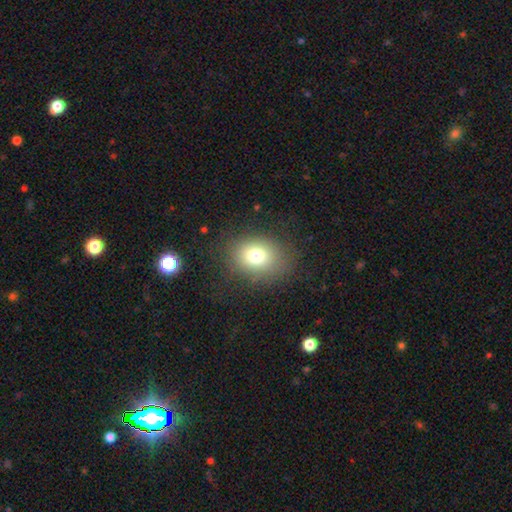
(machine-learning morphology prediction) Smooth or featured? Predicted: smooth (p=0.75). How rounded? Predicted: in between (p=0.51). Merging? Predicted: none (p=0.79).